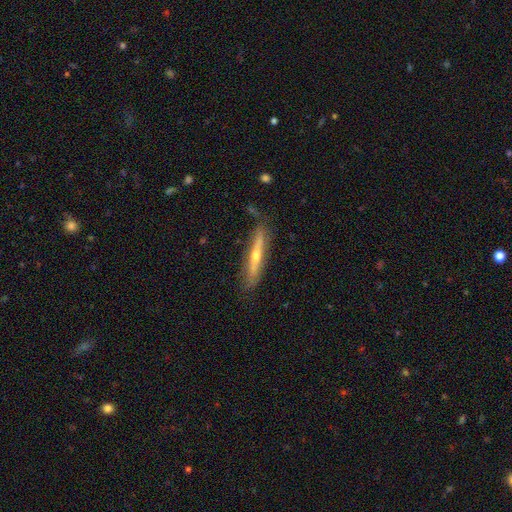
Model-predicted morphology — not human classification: featured or disk 61%, smooth 33%, star or artifact 6%. Down the decision tree: edge-on disk — yes (88%); edge-on bulge — rounded (83%); merging — none (78%).